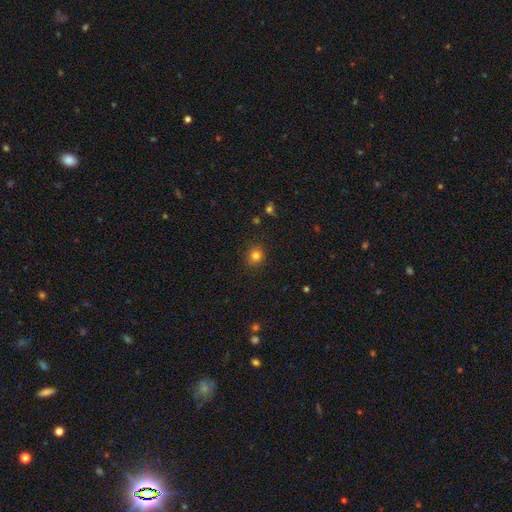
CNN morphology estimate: smooth-or-featured: smooth: 82% | star or artifact: 12% | featured or disk: 5%
  how-rounded: round: 84% | in between: 15% | cigar-shaped: 1%
  merging: none: 88% | minor disturbance: 9% | major disturbance: 2% | merger: 1%